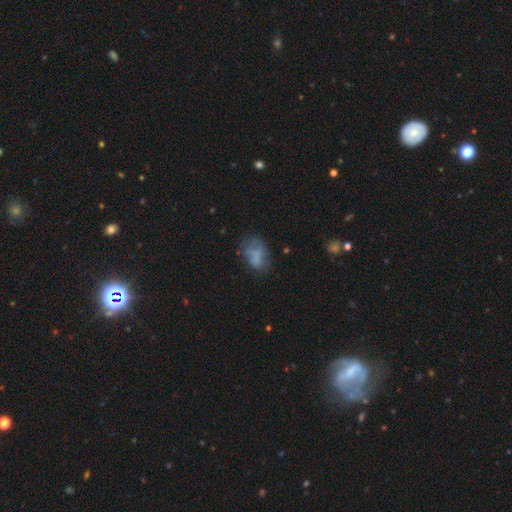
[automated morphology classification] smooth-or-featured: smooth: 59% | featured or disk: 28% | star or artifact: 13%
  how-rounded: in between: 81% | round: 17% | cigar-shaped: 2%
  merging: none: 44% | minor disturbance: 27% | major disturbance: 23% | merger: 6%